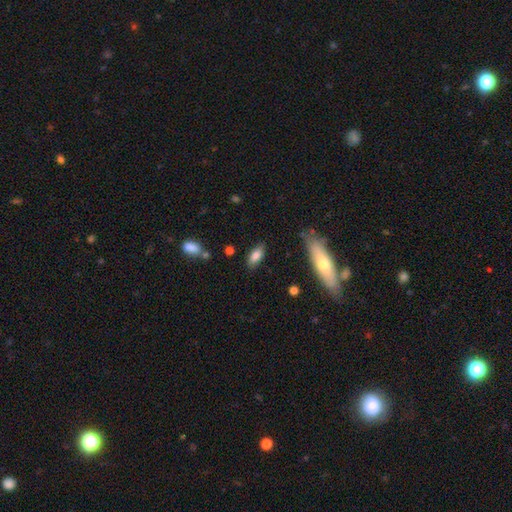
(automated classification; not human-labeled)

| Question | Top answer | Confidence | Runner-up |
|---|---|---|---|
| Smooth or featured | smooth | 81% | featured or disk (12%) |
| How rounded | in between | 84% | cigar-shaped (14%) |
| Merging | none | 81% | minor disturbance (13%) |